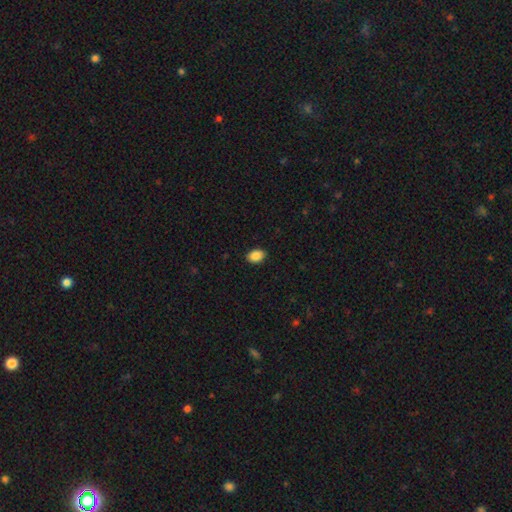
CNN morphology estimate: This appears to be a smooth galaxy with no disk features (89%) that is in between round and cigar-shaped (79%). Merging: none (89%).